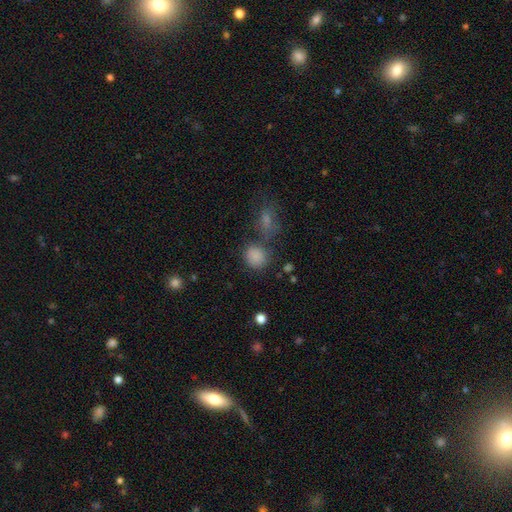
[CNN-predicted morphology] smooth_or_featured: smooth (p=0.83) [alt: star or artifact p=0.12]
how_rounded: round (p=0.77) [alt: in between p=0.21]
merging: none (p=0.65) [alt: merger p=0.15]